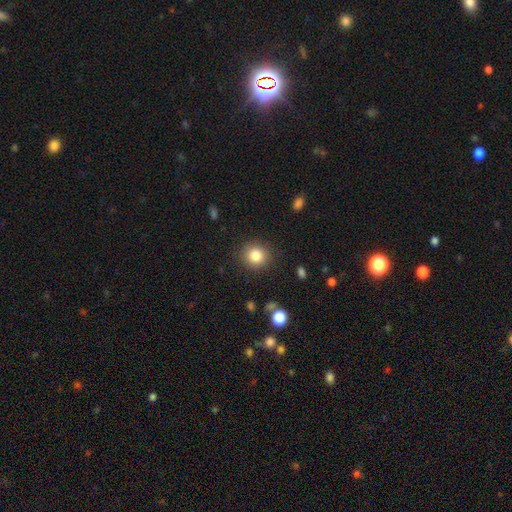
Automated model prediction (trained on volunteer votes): This is clearly a smooth galaxy (83%). How rounded: clearly round (88%). Merging: clearly none (88%).